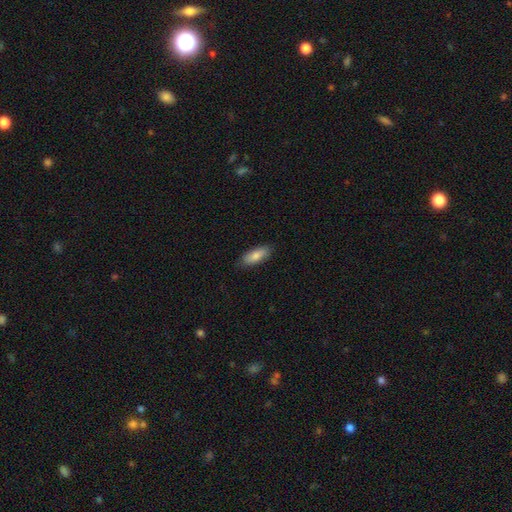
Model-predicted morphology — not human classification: smooth_or_featured: smooth (p=0.81) [alt: featured or disk p=0.13]
how_rounded: in between (p=0.72) [alt: cigar-shaped p=0.26]
merging: none (p=0.86) [alt: minor disturbance p=0.11]